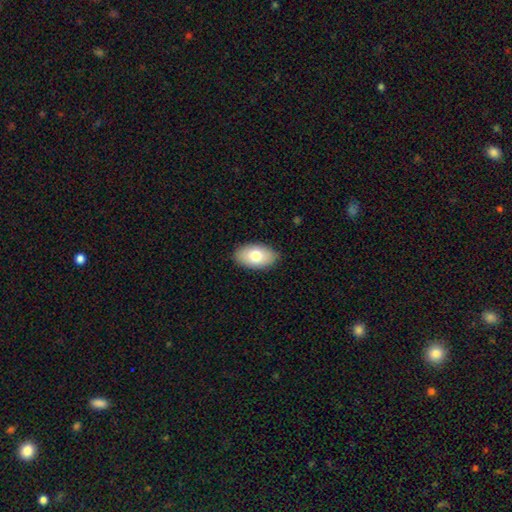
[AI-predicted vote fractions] The model was most divided on "smooth or featured": smooth: 77%, featured or disk: 17%, star or artifact: 7%. More confident: how rounded — in between (93%); merging — none (86%).